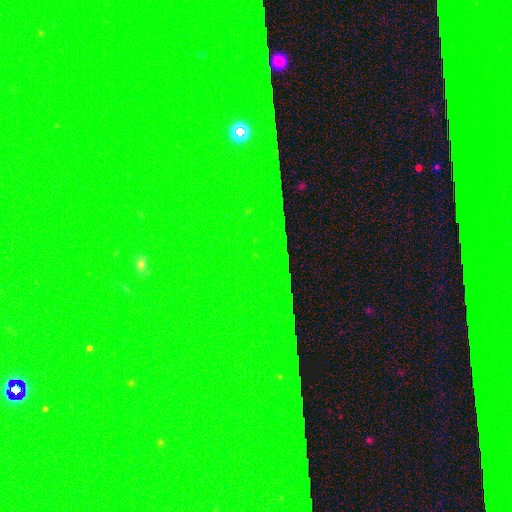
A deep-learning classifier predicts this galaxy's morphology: smooth_or_featured: star or artifact (p=0.85) [alt: featured or disk p=0.08]